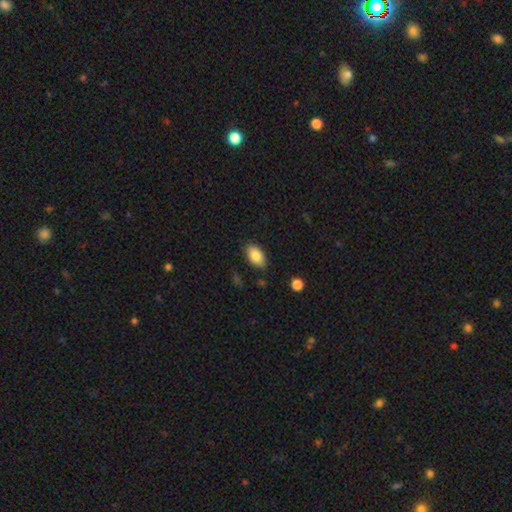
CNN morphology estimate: smooth-or-featured: smooth: 84% | featured or disk: 9% | star or artifact: 7%
  how-rounded: in between: 93% | round: 5% | cigar-shaped: 2%
  merging: none: 84% | minor disturbance: 12% | major disturbance: 2% | merger: 2%